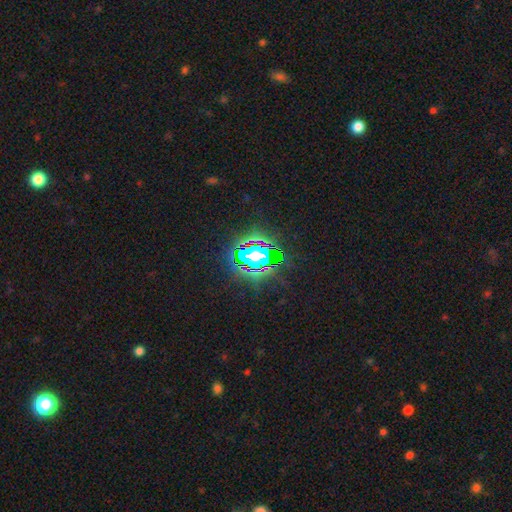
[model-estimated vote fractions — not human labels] Smooth or featured: star or artifact — 64% (smooth — 19%)